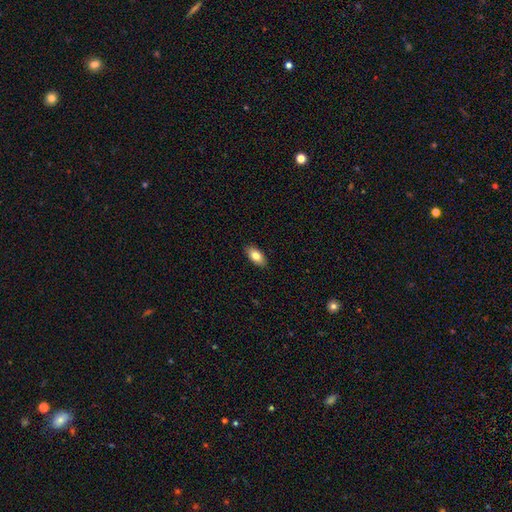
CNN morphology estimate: Overall: smooth (82%). How rounded: in between (92%). Merging: none (89%).